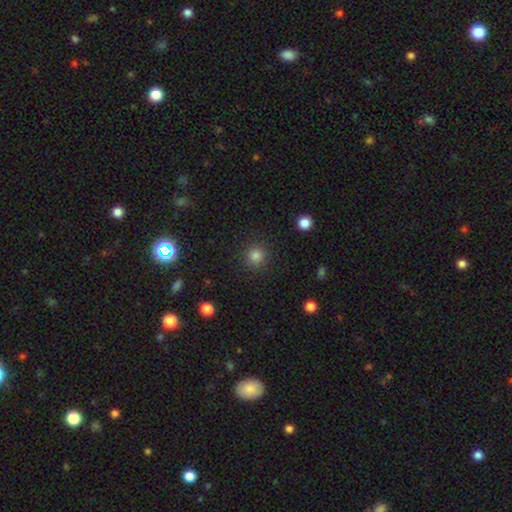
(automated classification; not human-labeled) A smooth galaxy with no disk features (83%) that is round (93%).

Vote fractions:
- Smooth or featured? smooth: 83% / star or artifact: 13% / featured or disk: 4%
- How rounded? round: 93% / in between: 6% / cigar-shaped: 1%
- Merging? none: 90% / minor disturbance: 6% / major disturbance: 3% / merger: 1%